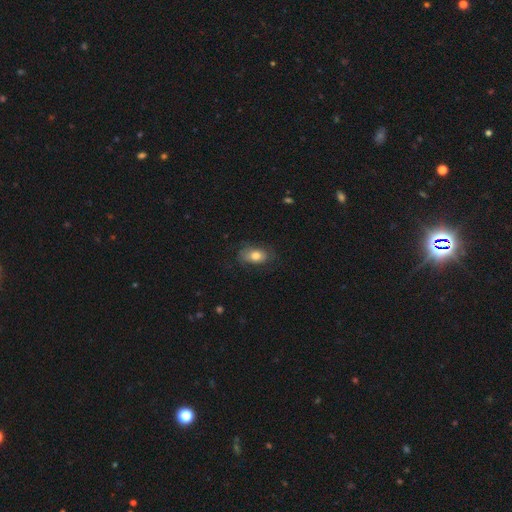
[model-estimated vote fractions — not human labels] Overall: smooth (71%). How rounded: in between (85%). Merging: none (66%).